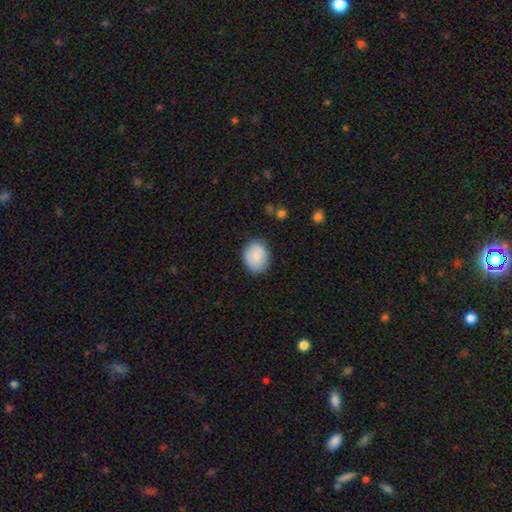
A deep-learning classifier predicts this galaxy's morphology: Smooth or featured? Predicted: smooth (p=0.86). How rounded? Predicted: round (p=0.50). Merging? Predicted: none (p=0.82).